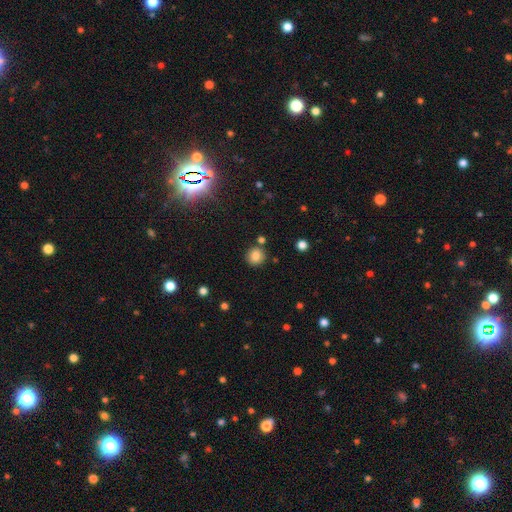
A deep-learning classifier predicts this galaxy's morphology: This is clearly a smooth galaxy (83%). How rounded: clearly round (88%). Merging: clearly none (82%).